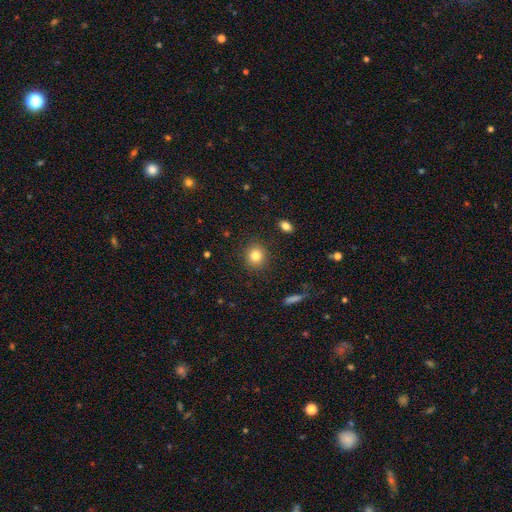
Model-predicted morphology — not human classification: Overall: smooth (82%). How rounded: round (85%). Merging: none (89%).